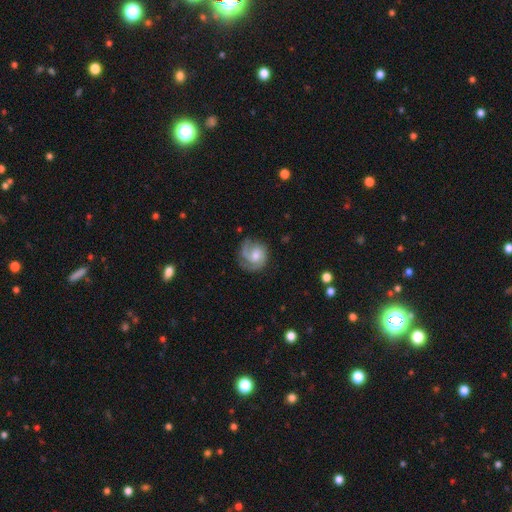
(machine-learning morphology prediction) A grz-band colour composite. It shows a featured or disk galaxy (80%) with no bar (63%), 2 (51%) tight (45%) spiral arms (96%) and a moderate central bulge (55%). Merging: none (70%).